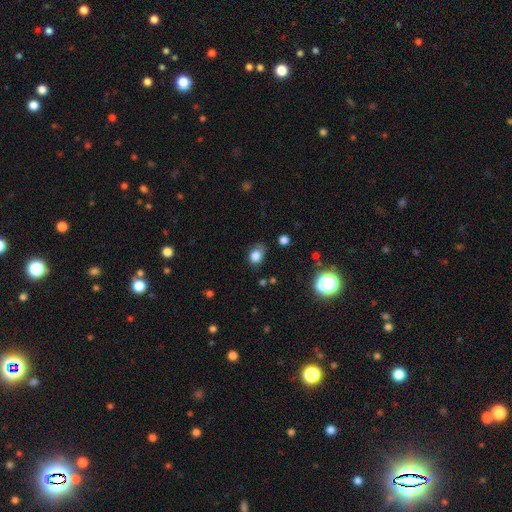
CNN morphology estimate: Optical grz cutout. It shows a smooth galaxy with no disk features (77%) that is in between round and cigar-shaped (56%). Merging: none (53%).